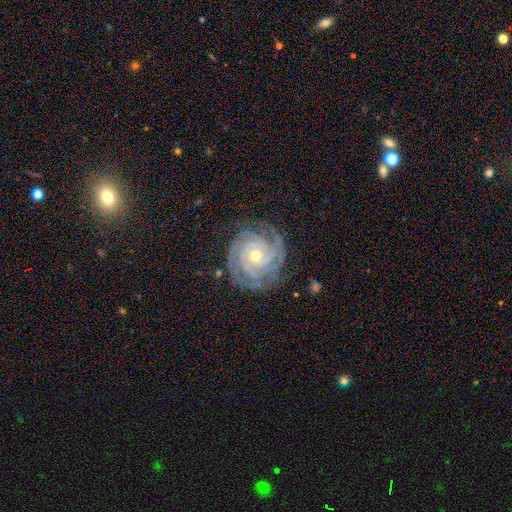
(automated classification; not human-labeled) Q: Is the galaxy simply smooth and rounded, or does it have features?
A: featured or disk — 92%.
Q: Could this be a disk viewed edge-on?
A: no — 98%.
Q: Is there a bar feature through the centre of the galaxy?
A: no — 74%.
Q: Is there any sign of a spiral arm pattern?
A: yes — 98%.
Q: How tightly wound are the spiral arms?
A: tight — 84%.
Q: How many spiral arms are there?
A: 3 — 33%.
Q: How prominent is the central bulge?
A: moderate — 51%.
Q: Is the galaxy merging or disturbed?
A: none — 81%.